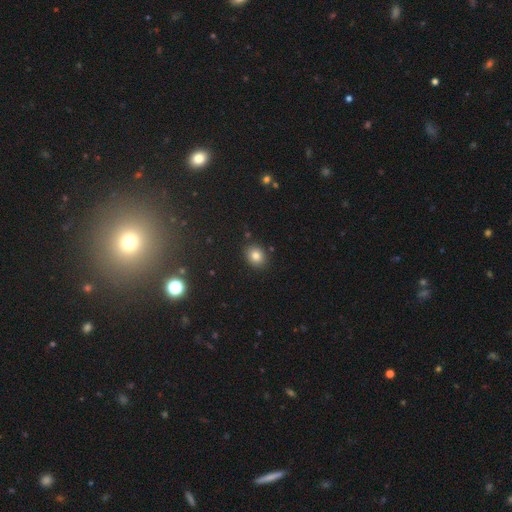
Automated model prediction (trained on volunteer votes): smooth 81%, star or artifact 12%, featured or disk 7%. Down the decision tree: how rounded — round (56%); merging — none (88%).